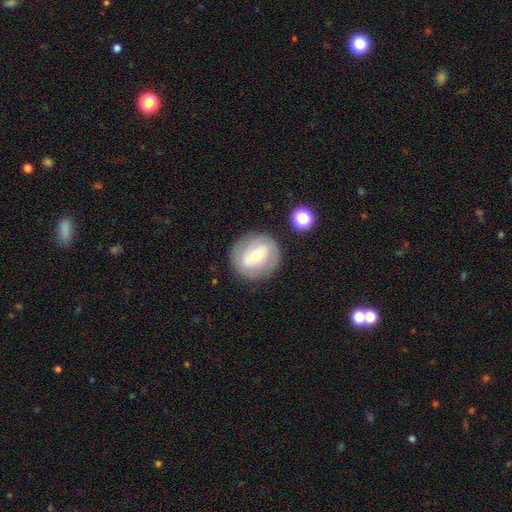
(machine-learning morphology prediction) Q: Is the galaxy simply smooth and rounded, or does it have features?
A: featured or disk — 53%.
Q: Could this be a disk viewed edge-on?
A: no — 95%.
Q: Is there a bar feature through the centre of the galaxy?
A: weak — 42%.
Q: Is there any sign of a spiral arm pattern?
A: yes — 54%.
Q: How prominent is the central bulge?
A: moderate — 63%.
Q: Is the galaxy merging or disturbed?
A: none — 83%.